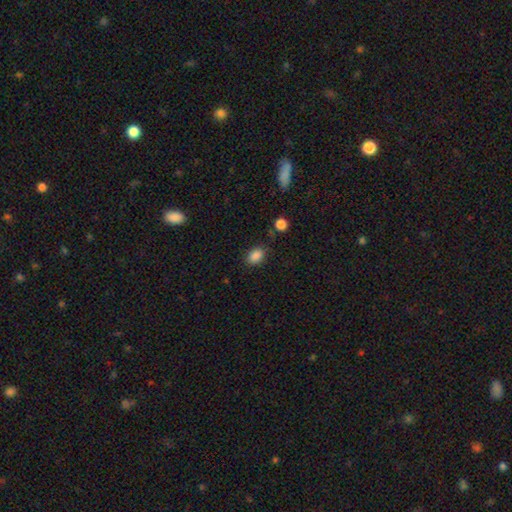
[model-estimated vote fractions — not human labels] Overall: smooth (86%). How rounded: in between (77%). Merging: none (79%).